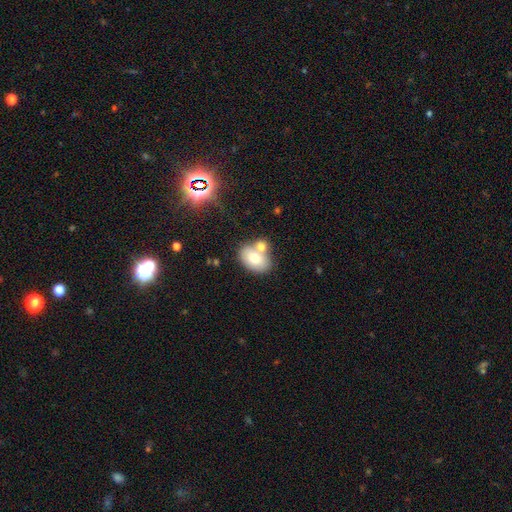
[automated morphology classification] Overall: smooth (70%). How rounded: in between (79%). Merging: none (49%; merger 36%).